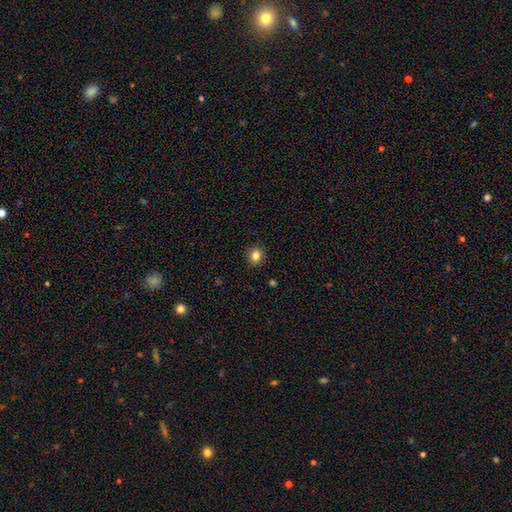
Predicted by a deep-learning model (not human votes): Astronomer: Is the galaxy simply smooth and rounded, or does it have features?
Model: smooth — 83%.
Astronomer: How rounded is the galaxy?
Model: round — 74%.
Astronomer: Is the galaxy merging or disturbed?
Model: none — 89%.